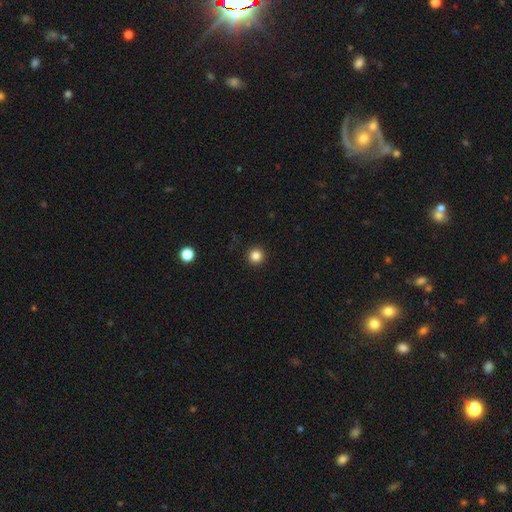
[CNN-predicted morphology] type=smooth (84%); roundness=round (96%); merging=none (94%).